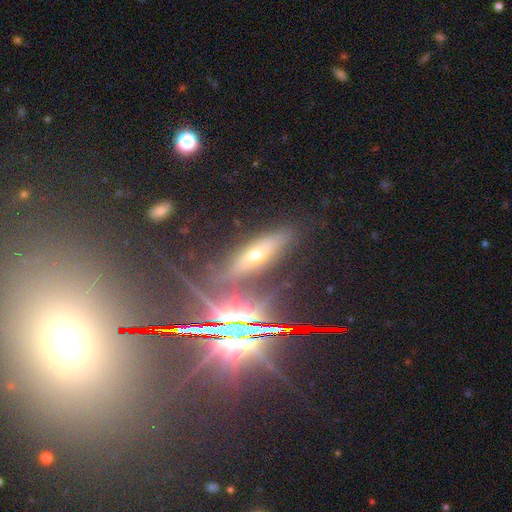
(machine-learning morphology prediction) smooth-or-featured: star or artifact: 37% | featured or disk: 33% | smooth: 31%